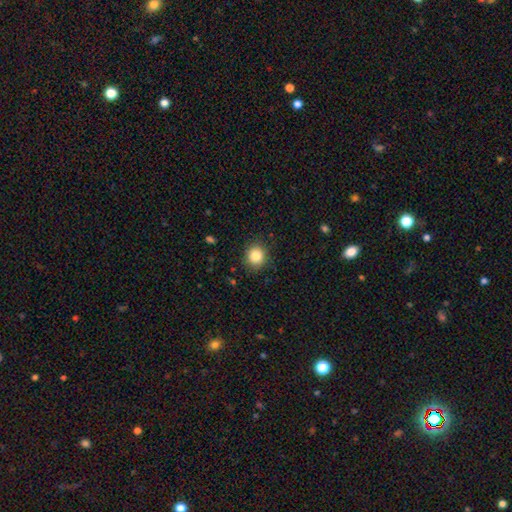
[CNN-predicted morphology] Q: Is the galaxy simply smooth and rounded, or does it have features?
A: smooth — 84%.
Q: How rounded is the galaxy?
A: round — 86%.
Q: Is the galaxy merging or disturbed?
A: none — 88%.